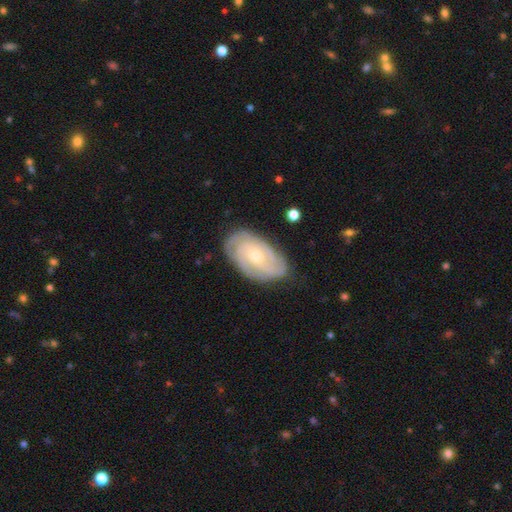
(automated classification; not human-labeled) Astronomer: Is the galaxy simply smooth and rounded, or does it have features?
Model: featured or disk — 82%.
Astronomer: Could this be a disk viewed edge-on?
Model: no — 96%.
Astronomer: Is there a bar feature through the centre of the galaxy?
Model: no — 68%.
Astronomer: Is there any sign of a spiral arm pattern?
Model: yes — 96%.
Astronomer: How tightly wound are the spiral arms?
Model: tight — 75%.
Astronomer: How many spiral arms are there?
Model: can't tell — 29% (runner-up: 3, 25%).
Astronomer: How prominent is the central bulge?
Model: small — 57% (runner-up: moderate, 40%).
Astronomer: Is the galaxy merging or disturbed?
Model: none — 79%.